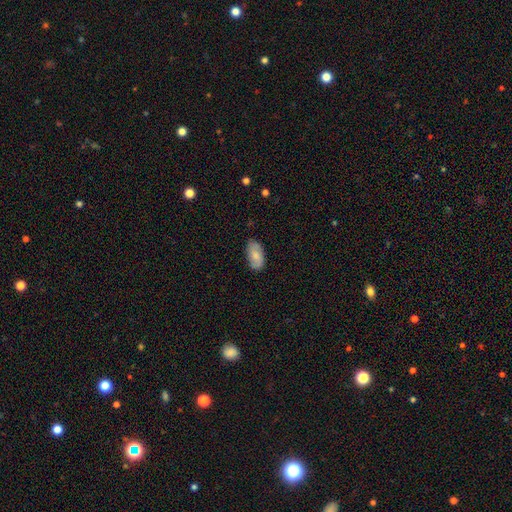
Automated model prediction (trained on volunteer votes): smooth_or_featured: smooth (p=0.70) [alt: featured or disk p=0.24]
how_rounded: in between (p=0.94) [alt: round p=0.04]
merging: none (p=0.77) [alt: minor disturbance p=0.18]